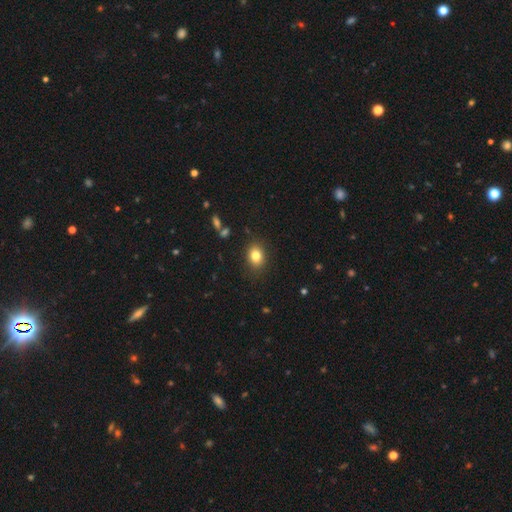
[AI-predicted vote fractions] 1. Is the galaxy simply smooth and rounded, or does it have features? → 82% smooth, 11% star or artifact, 8% featured or disk.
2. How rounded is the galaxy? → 55% in between, 44% round, 1% cigar-shaped.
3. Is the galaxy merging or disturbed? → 85% none, 10% minor disturbance, 3% major disturbance, 2% merger.